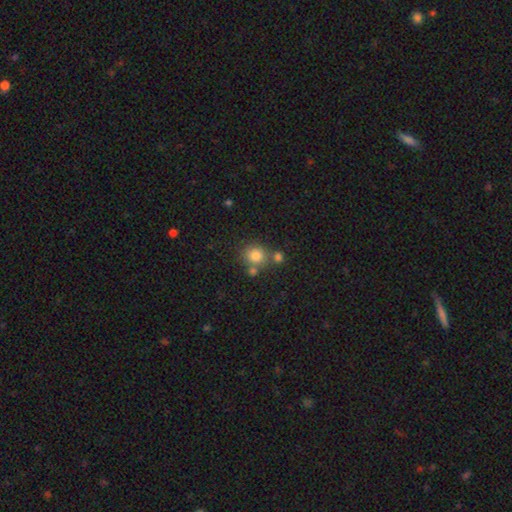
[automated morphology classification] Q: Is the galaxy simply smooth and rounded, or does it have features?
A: smooth — 81%.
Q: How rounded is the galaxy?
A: round — 83%.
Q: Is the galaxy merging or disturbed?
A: none — 63%.